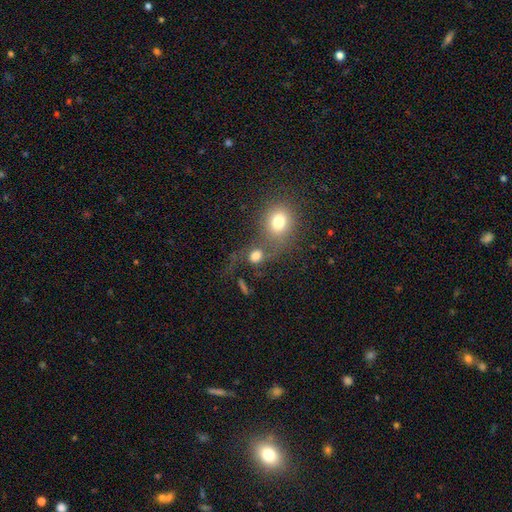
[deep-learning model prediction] Overall: smooth (65%). How rounded: round (63%; in between 34%). Merging: merger (43%; none 32%).